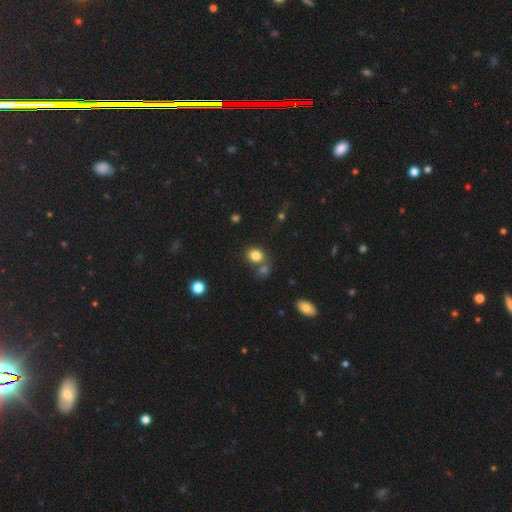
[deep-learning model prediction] The model was most divided on "how rounded": round: 55%, in between: 44%, cigar-shaped: 1%. More confident: smooth or featured — smooth (81%); merging — none (59%).